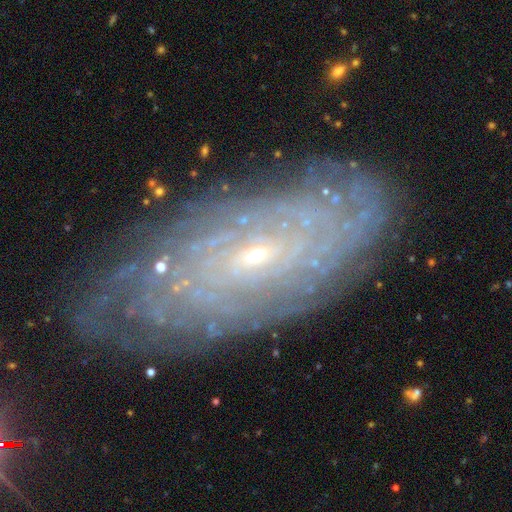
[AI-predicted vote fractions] A featured or disk galaxy (82%) with no bar (54%), tight (81%) spiral arms (90%) and a small central bulge (79%). Merging: none (77%).